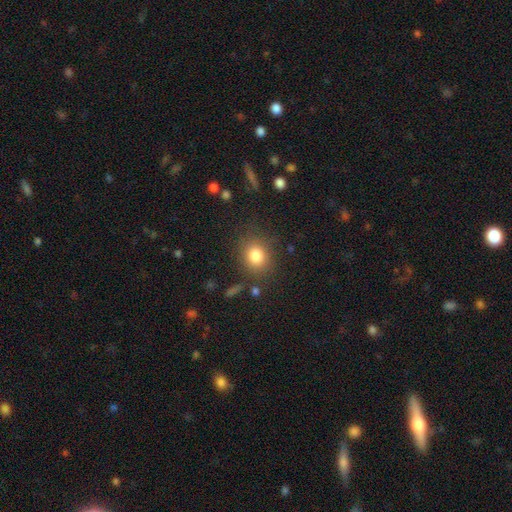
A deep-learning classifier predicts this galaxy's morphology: A smooth galaxy with no disk features (82%) that is round (66%).

Vote fractions:
- Smooth or featured? smooth: 82% / star or artifact: 11% / featured or disk: 7%
- How rounded? round: 66% / in between: 33% / cigar-shaped: 1%
- Merging? none: 80% / minor disturbance: 12% / major disturbance: 5% / merger: 3%